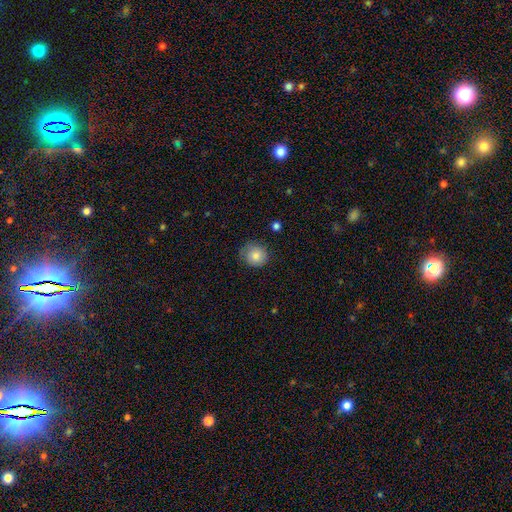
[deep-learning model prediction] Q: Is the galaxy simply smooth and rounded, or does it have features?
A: smooth — 80%.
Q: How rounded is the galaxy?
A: round — 87%.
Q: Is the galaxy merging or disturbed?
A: none — 70%.